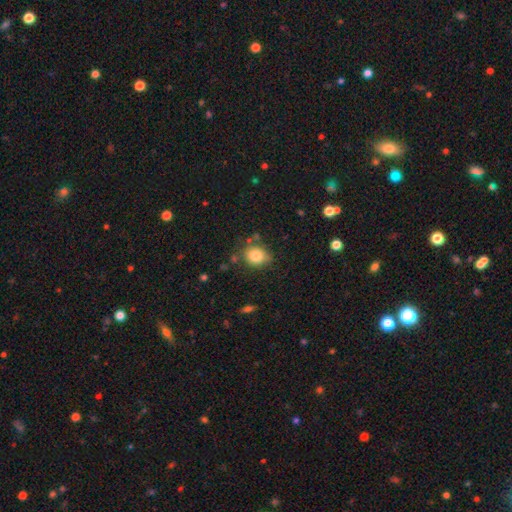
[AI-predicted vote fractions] Smooth or featured: smooth — 82% (star or artifact — 10%)
How rounded: round — 55% (in between — 44%)
Merging: none — 73% (minor disturbance — 18%)